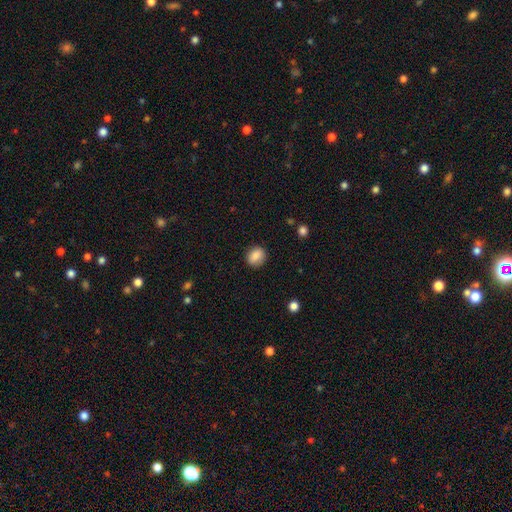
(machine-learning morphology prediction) Q: Smooth or featured?
A: smooth (85%); runner-up: star or artifact (9%)
Q: How rounded?
A: round (57%); runner-up: in between (41%)
Q: Merging?
A: none (84%); runner-up: minor disturbance (12%)